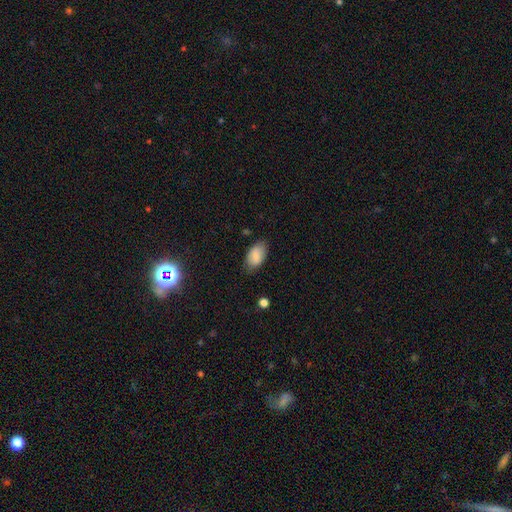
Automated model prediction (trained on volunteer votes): Smooth or featured? smooth (82%)
How rounded? in between (94%)
Merging? none (76%)